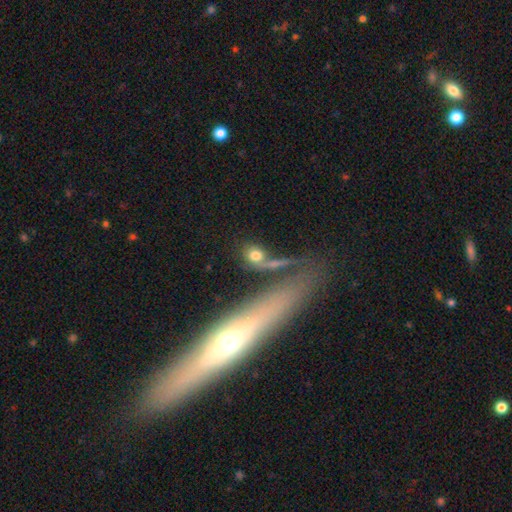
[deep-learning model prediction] Overall: smooth (73%). How rounded: round (66%; in between 27%). Merging: none (52%; merger 24%).